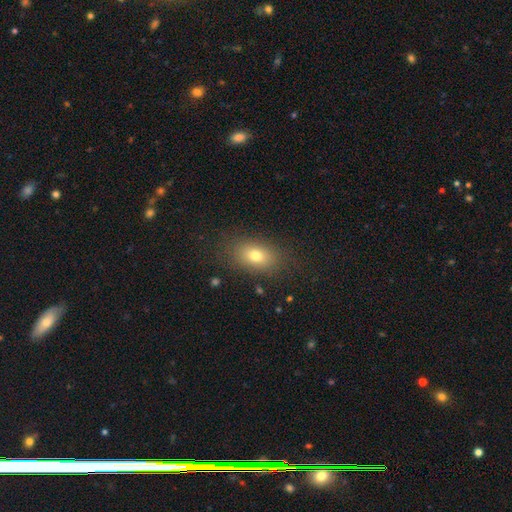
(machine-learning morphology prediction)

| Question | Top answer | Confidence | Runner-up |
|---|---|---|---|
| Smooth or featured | smooth | 76% | featured or disk (13%) |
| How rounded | in between | 80% | round (18%) |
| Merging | none | 83% | minor disturbance (11%) |